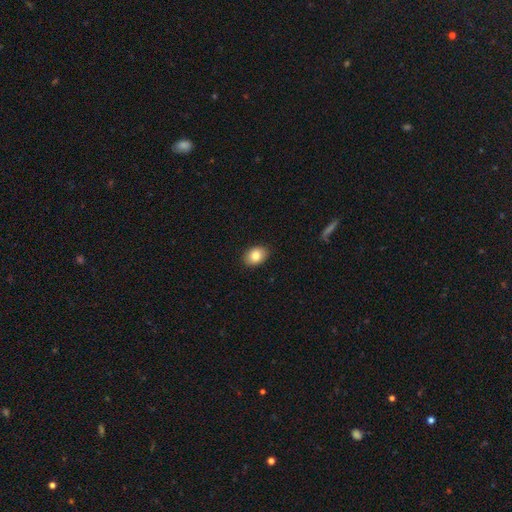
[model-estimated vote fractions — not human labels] Overall: smooth (83%). How rounded: in between (75%). Merging: none (89%).